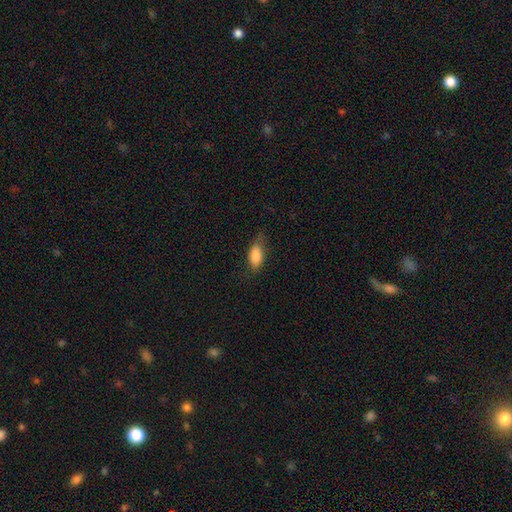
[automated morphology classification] The model was most divided on "merging": none: 63%, minor disturbance: 27%, major disturbance: 8%, merger: 1%. More confident: how rounded — in between (88%); smooth or featured — smooth (85%).